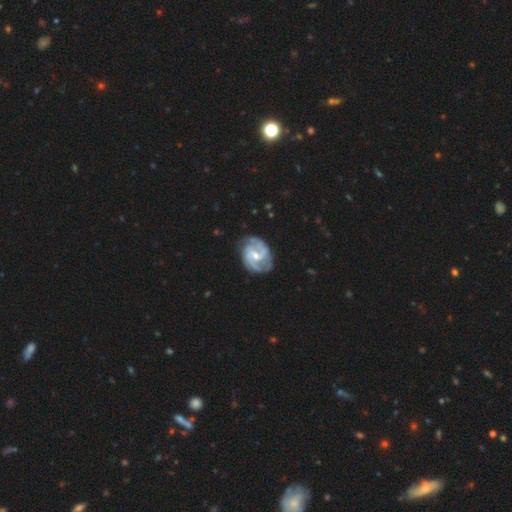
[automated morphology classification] Smooth or featured?
  - featured or disk: 91% *
  - smooth: 5%
  - star or artifact: 4%
Edge-on disk?
  - no: 98% *
  - yes: 2%
Bar?
  - weak: 51% *
  - no: 29%
  - strong: 19%
Spiral arms?
  - yes: 98% *
  - no: 2%
Spiral winding?
  - medium: 50% *
  - tight: 38%
  - loose: 12%
Spiral arm count?
  - 2: 66% *
  - 3: 17%
  - can't tell: 8%
  - 4: 4%
  - 1: 3%
  - more than 4: 3%
Bulge size?
  - moderate: 54% *
  - small: 42%
  - large: 2%
  - none: 1%
  - dominant: 1%
Merging?
  - none: 74% *
  - minor disturbance: 19%
  - major disturbance: 6%
  - merger: 2%